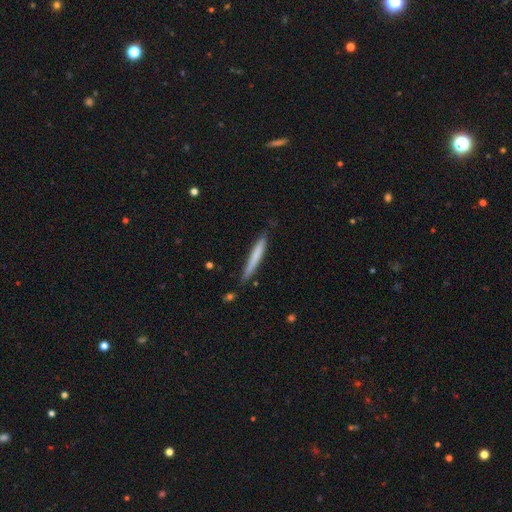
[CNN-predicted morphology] Overall: smooth (69%). How rounded: cigar-shaped (96%). Merging: none (82%).